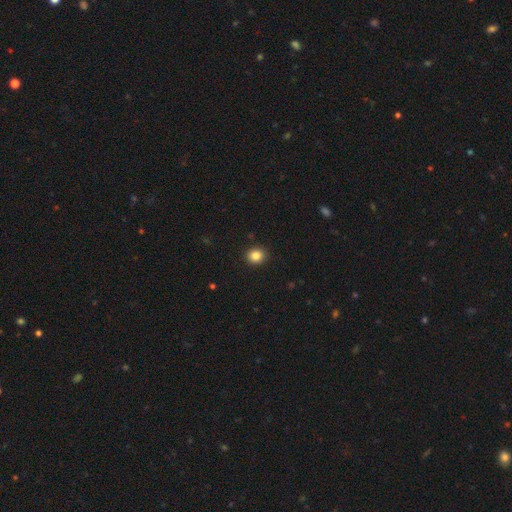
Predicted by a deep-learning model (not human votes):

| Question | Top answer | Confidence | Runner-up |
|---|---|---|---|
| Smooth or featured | smooth | 86% | star or artifact (10%) |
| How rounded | round | 78% | in between (21%) |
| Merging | none | 91% | minor disturbance (6%) |